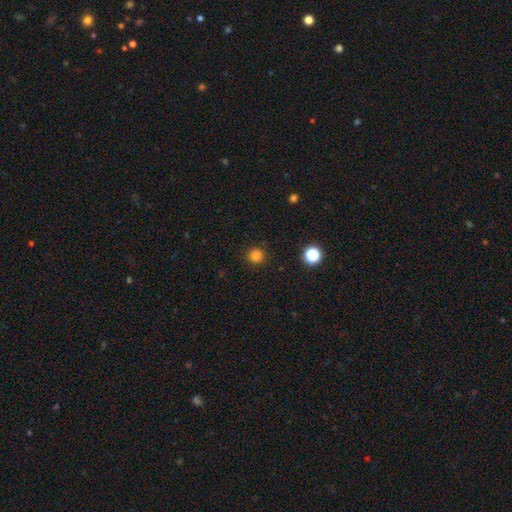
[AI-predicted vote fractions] Smooth or featured? smooth (82%)
How rounded? round (95%)
Merging? none (91%)